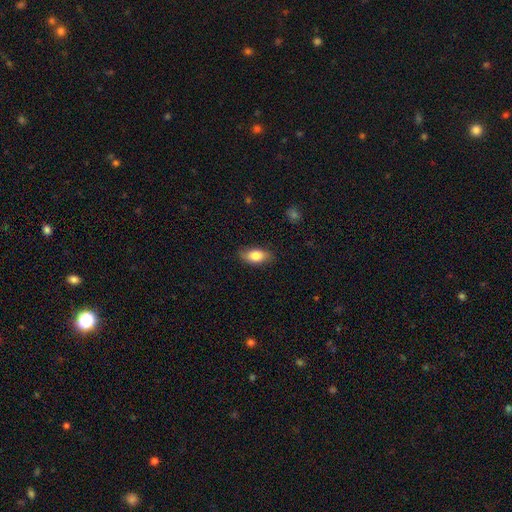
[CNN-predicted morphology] Smooth or featured? smooth (82%)
How rounded? in between (89%)
Merging? none (83%)